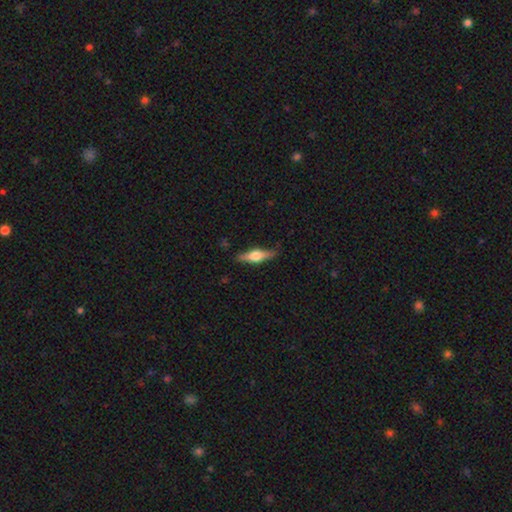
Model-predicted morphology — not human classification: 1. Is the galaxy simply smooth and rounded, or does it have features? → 57% featured or disk, 37% smooth, 6% star or artifact.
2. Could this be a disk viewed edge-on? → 94% yes, 6% no.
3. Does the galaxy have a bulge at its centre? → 92% rounded, 6% boxy, 2% none.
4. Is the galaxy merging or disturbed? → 82% none, 14% minor disturbance, 3% major disturbance, 1% merger.